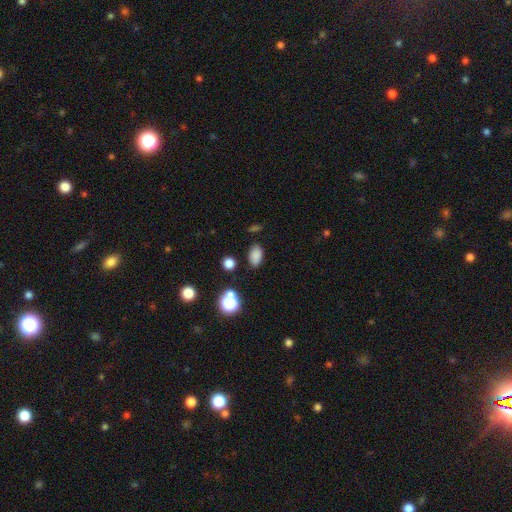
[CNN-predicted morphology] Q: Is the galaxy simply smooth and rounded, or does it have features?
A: smooth — 82%.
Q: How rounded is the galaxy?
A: in between — 87%.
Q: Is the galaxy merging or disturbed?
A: none — 83%.